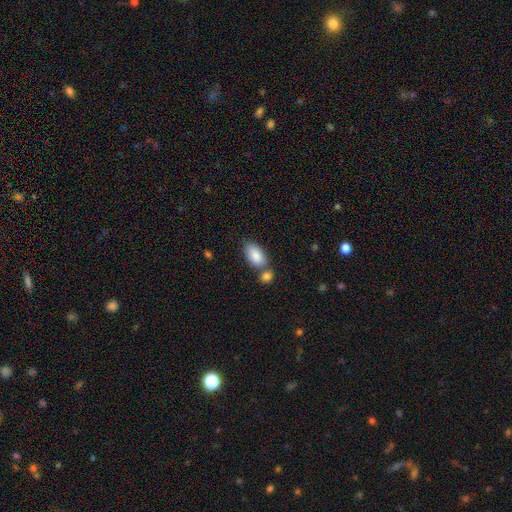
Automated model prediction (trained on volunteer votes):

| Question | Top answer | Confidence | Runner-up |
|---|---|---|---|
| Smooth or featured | smooth | 87% | featured or disk (6%) |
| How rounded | in between | 94% | round (4%) |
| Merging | none | 53% | merger (30%) |